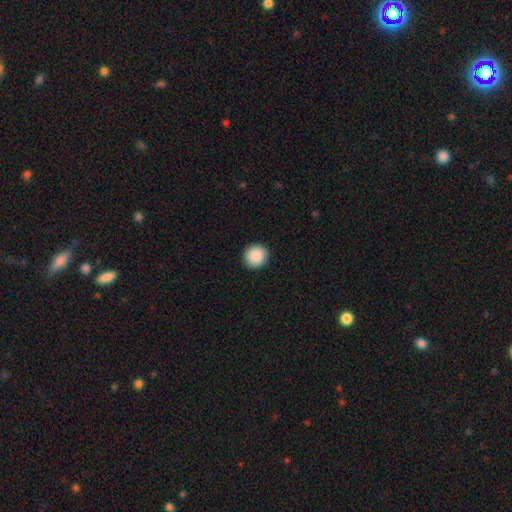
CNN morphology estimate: This is clearly a smooth galaxy (90%). How rounded: clearly round (90%). Merging: clearly none (92%).